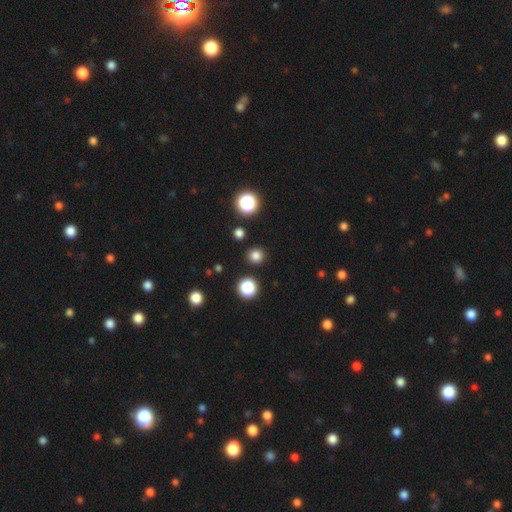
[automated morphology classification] Smooth or featured? Predicted: smooth (p=0.79). How rounded? Predicted: round (p=0.92). Merging? Predicted: none (p=0.90).